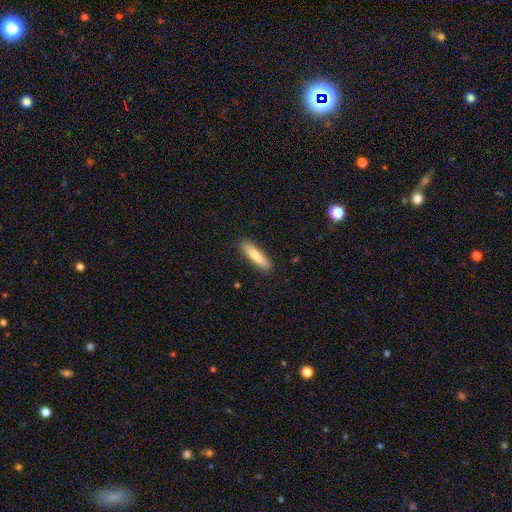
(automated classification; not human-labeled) Morphology: type=smooth (78%); roundness=cigar-shaped (76%); merging=none (88%).